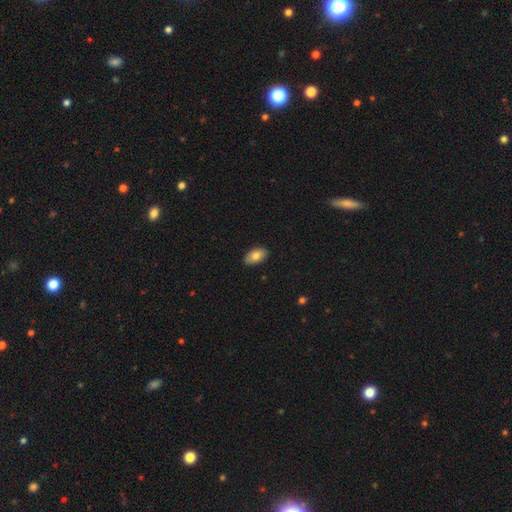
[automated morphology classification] smooth_or_featured: smooth (p=0.80) [alt: featured or disk p=0.13]
how_rounded: in between (p=0.94) [alt: round p=0.04]
merging: none (p=0.87) [alt: minor disturbance p=0.10]